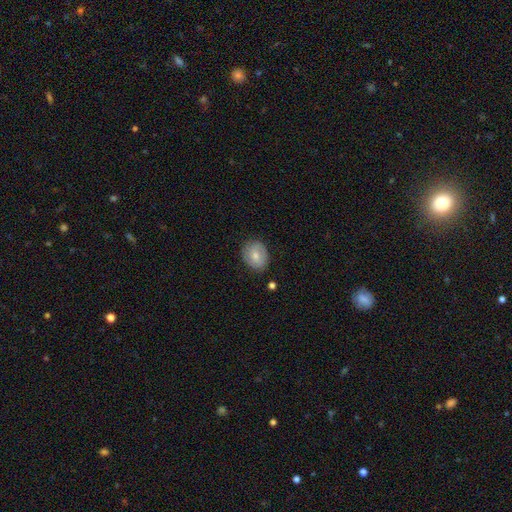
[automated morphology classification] smooth_or_featured: smooth (p=0.69) [alt: featured or disk p=0.24]
how_rounded: round (p=0.53) [alt: in between p=0.46]
merging: none (p=0.81) [alt: minor disturbance p=0.15]